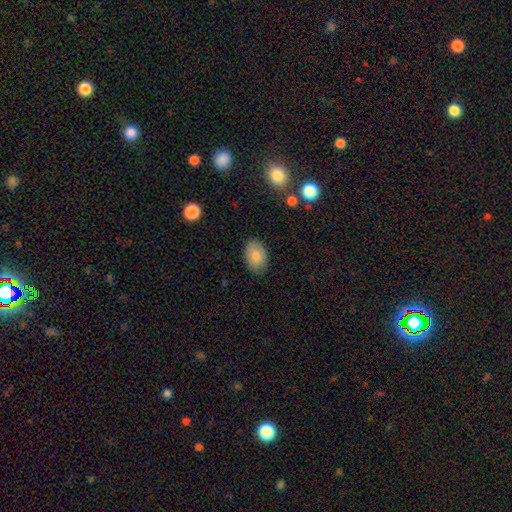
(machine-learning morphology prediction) This appears to be a smooth galaxy with no disk features (80%) that is in between round and cigar-shaped (88%). Merging: none (84%).